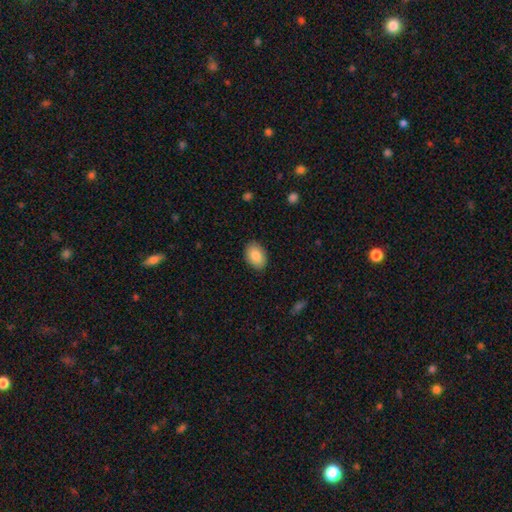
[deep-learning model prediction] Smooth or featured? smooth (87%)
How rounded? in between (85%)
Merging? none (87%)